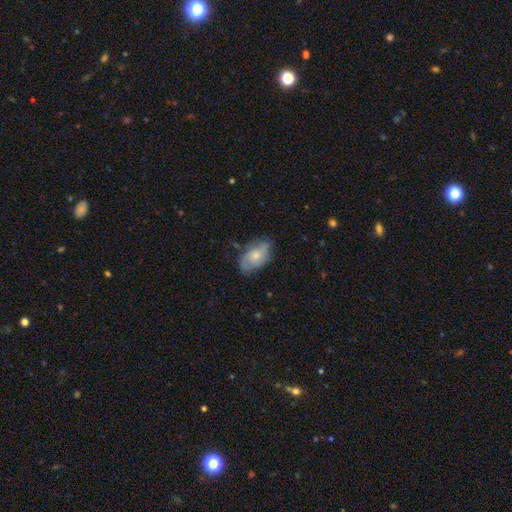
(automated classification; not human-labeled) Q: Smooth or featured?
A: featured or disk (48%); runner-up: smooth (45%)
Q: Merging?
A: none (65%); runner-up: minor disturbance (25%)